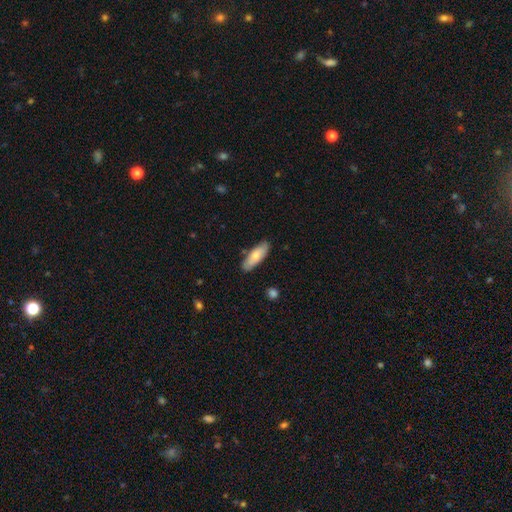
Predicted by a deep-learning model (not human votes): Smooth or featured: smooth — 74% (featured or disk — 20%)
How rounded: in between — 66% (cigar-shaped — 32%)
Merging: none — 83% (minor disturbance — 13%)